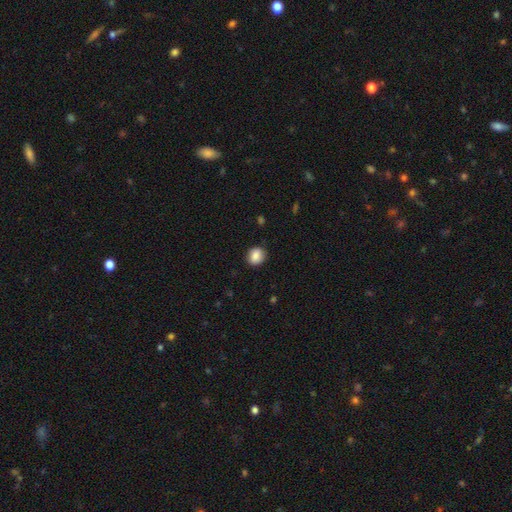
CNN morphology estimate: The model was most divided on "how rounded": round: 68%, in between: 31%, cigar-shaped: 1%. More confident: smooth or featured — smooth (87%); merging — none (86%).